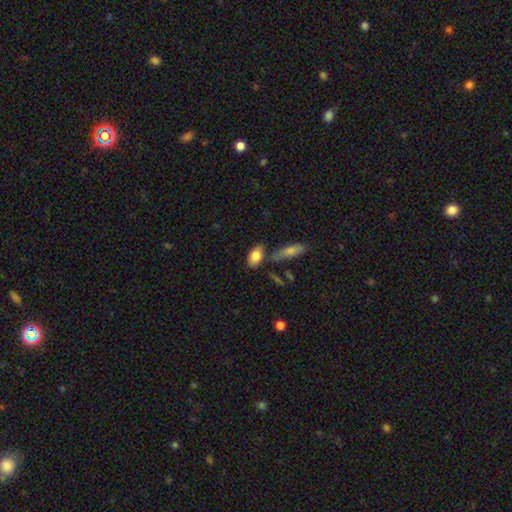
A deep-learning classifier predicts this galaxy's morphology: smooth-or-featured: smooth: 80% | featured or disk: 14% | star or artifact: 7%
  how-rounded: in between: 88% | round: 7% | cigar-shaped: 5%
  merging: none: 66% | minor disturbance: 17% | merger: 13% | major disturbance: 5%